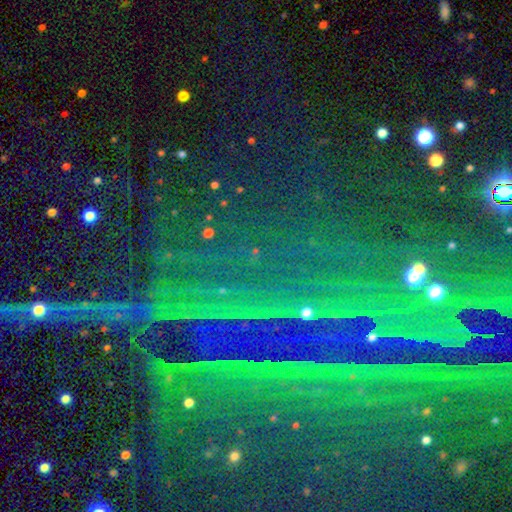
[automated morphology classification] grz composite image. It shows a star or artifact, not a galaxy (87%).